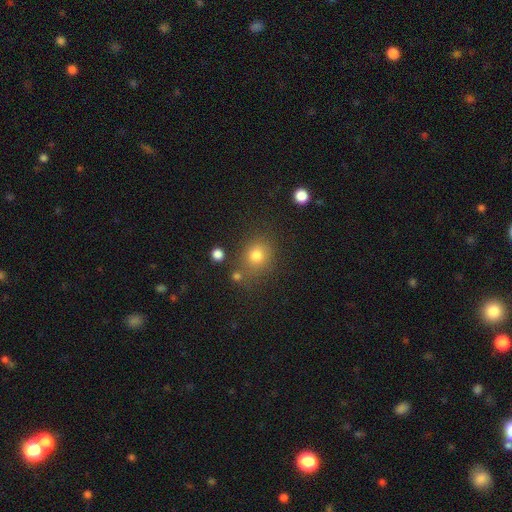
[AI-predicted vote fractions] Smooth or featured?
  - smooth: 77% *
  - star or artifact: 15%
  - featured or disk: 8%
How rounded?
  - round: 75% *
  - in between: 24%
  - cigar-shaped: 1%
Merging?
  - none: 72% *
  - minor disturbance: 14%
  - merger: 9%
  - major disturbance: 5%